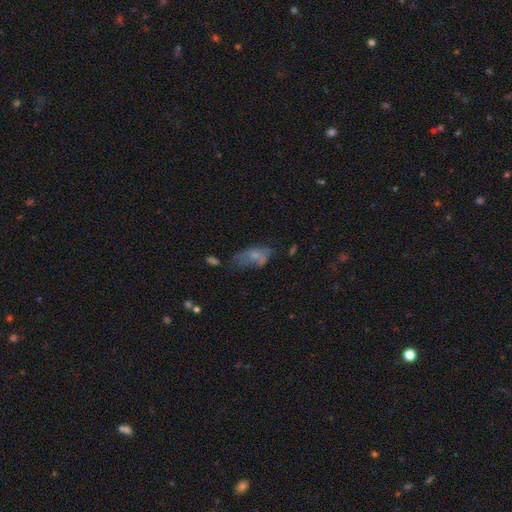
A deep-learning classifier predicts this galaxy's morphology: Smooth or featured?
  - smooth: 59% *
  - featured or disk: 29%
  - star or artifact: 12%
How rounded?
  - in between: 86% *
  - cigar-shaped: 9%
  - round: 5%
Merging?
  - none: 38% *
  - minor disturbance: 31%
  - major disturbance: 23%
  - merger: 8%